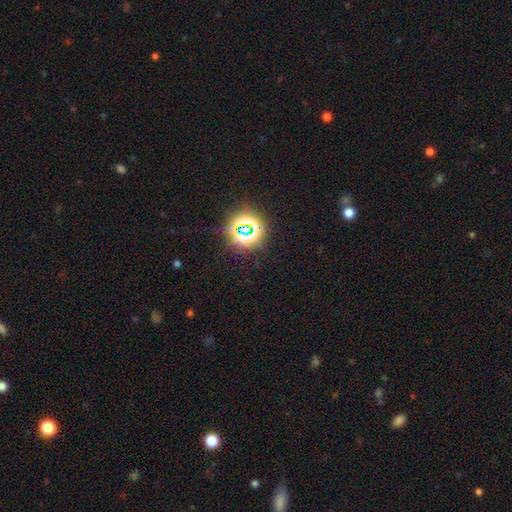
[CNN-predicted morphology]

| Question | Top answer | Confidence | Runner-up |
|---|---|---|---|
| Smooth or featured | star or artifact | 81% | smooth (13%) |